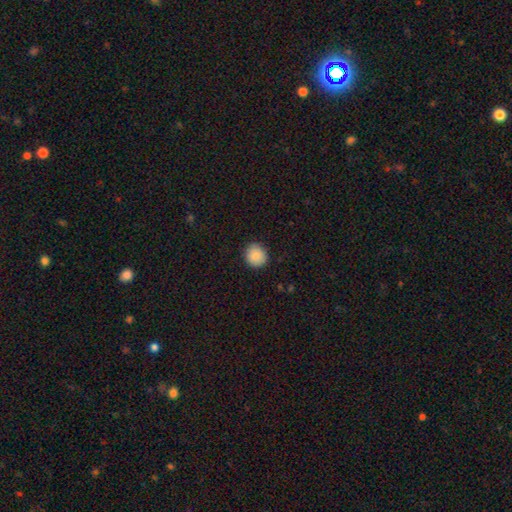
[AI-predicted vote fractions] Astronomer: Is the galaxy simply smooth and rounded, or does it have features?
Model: smooth — 86%.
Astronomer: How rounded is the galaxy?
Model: round — 89%.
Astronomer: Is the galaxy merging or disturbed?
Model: none — 88%.